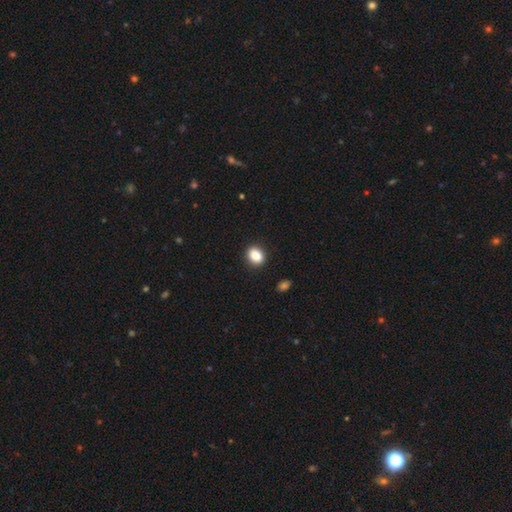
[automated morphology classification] A smooth galaxy with no disk features (88%) that is in between round and cigar-shaped (59%).

Vote fractions:
- Smooth or featured? smooth: 88% / star or artifact: 9% / featured or disk: 3%
- How rounded? in between: 59% / round: 39% / cigar-shaped: 1%
- Merging? none: 89% / minor disturbance: 8% / major disturbance: 2% / merger: 1%